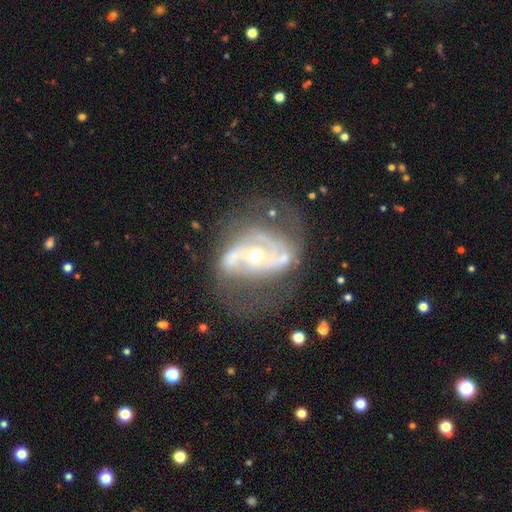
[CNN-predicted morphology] featured or disk 86%, smooth 8%, star or artifact 6%. Down the decision tree: edge-on disk — no (97%); bar — no (48%); spiral arms — yes (88%); spiral arm count — 2 (69%); spiral winding — medium (46%); bulge size — moderate (62%); merging — none (46%).